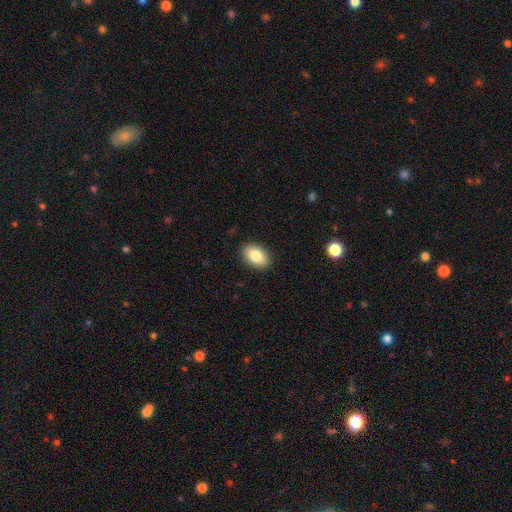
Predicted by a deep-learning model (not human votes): Morphology: type=smooth (84%); roundness=in between (90%); merging=none (90%).